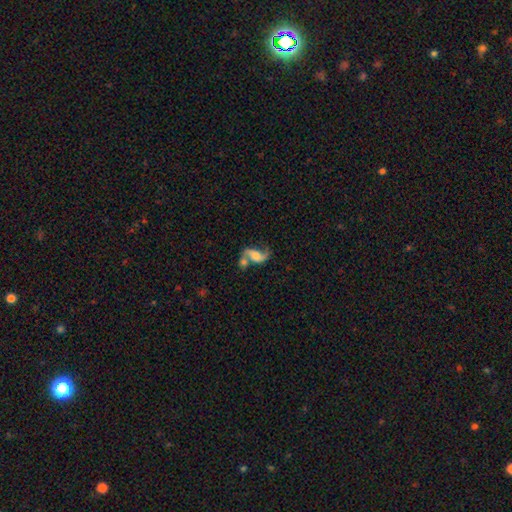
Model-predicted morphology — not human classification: A featured or disk galaxy (77%) with no bar (54%), 2 (88%) loose (74%) spiral arms (93%) and a moderate central bulge (34%). Merging: merger (38%).